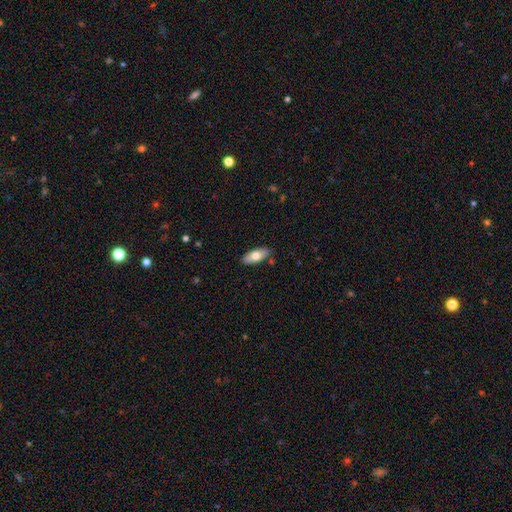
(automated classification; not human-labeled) Morphology: type=smooth (73%); roundness=in between (81%); merging=none (86%).